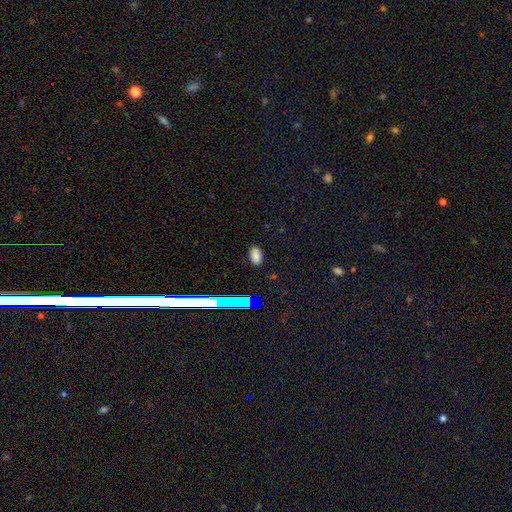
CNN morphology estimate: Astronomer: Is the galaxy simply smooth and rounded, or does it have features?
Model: smooth — 80%.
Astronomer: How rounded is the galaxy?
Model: in between — 90%.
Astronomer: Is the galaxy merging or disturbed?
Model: none — 82%.